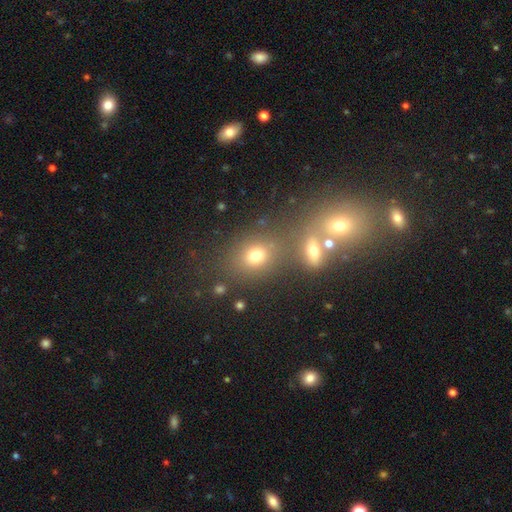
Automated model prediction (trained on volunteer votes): Overall: smooth (72%). How rounded: round (58%; in between 40%). Merging: none (58%; merger 26%).